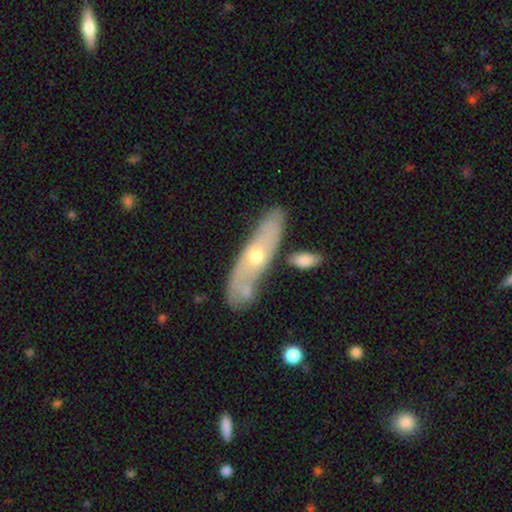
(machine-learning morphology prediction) This appears to be a featured or disk galaxy (62%). Merging: none (69%).